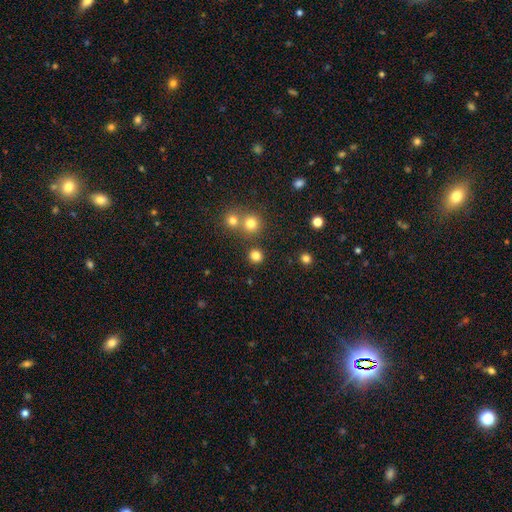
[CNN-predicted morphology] Smooth or featured? smooth (80%)
How rounded? round (91%)
Merging? none (83%)